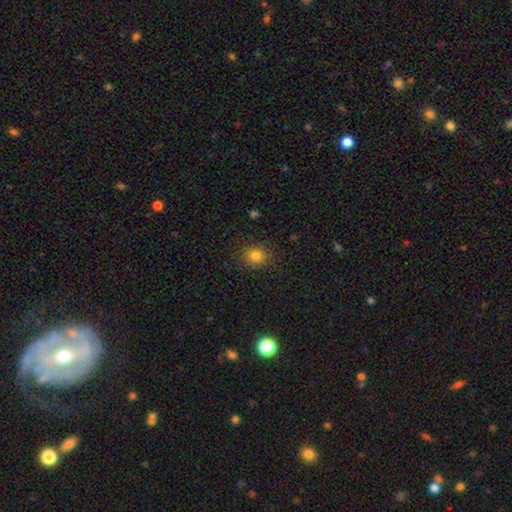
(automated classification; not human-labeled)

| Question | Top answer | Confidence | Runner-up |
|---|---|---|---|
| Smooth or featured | smooth | 81% | star or artifact (13%) |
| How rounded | round | 79% | in between (20%) |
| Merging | none | 86% | minor disturbance (9%) |